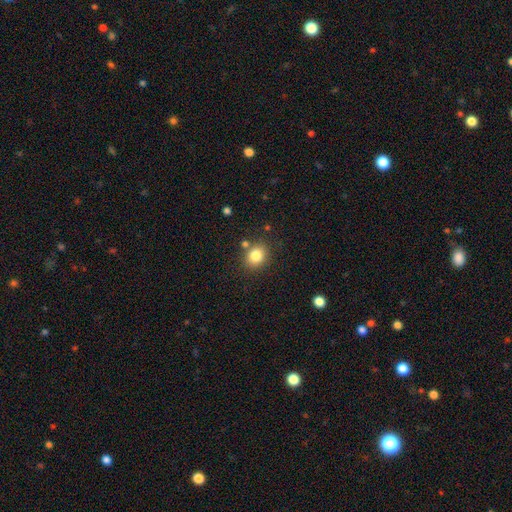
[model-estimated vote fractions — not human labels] Smooth or featured? Predicted: smooth (p=0.82). How rounded? Predicted: round (p=0.69). Merging? Predicted: none (p=0.80).